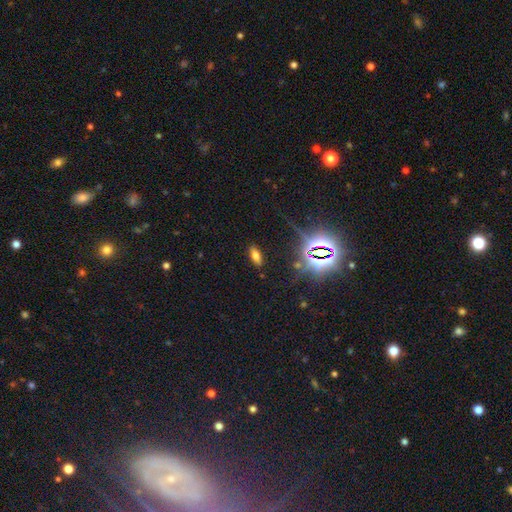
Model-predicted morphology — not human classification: smooth-or-featured: smooth: 62% | star or artifact: 27% | featured or disk: 11%
  how-rounded: in between: 83% | cigar-shaped: 13% | round: 4%
  merging: none: 87% | minor disturbance: 8% | major disturbance: 3% | merger: 2%